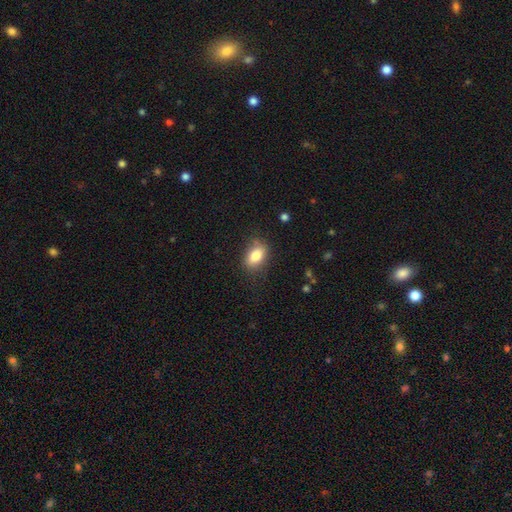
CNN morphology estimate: smooth-or-featured: smooth: 83% | featured or disk: 9% | star or artifact: 8%
  how-rounded: in between: 86% | round: 11% | cigar-shaped: 3%
  merging: none: 76% | minor disturbance: 17% | major disturbance: 5% | merger: 2%